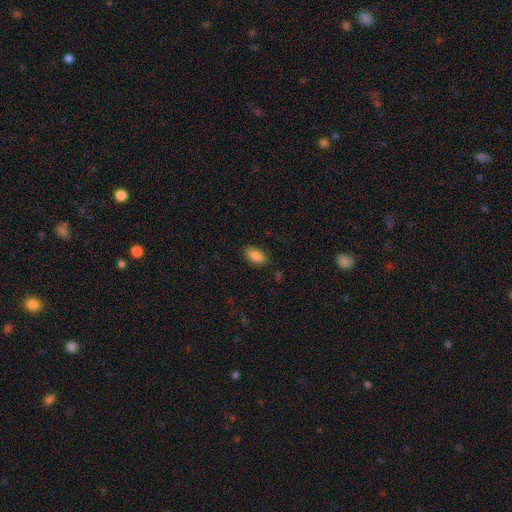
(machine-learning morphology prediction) A smooth galaxy with no disk features (85%) that is in between round and cigar-shaped (91%).

Vote fractions:
- Smooth or featured? smooth: 85% / star or artifact: 8% / featured or disk: 7%
- How rounded? in between: 91% / cigar-shaped: 4% / round: 4%
- Merging? none: 86% / minor disturbance: 11% / major disturbance: 2% / merger: 1%